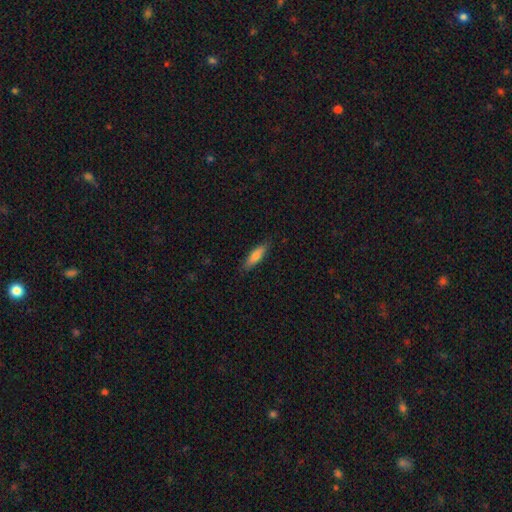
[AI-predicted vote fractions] Smooth or featured?
  - smooth: 76% *
  - featured or disk: 17%
  - star or artifact: 6%
How rounded?
  - cigar-shaped: 54% *
  - in between: 44%
  - round: 2%
Merging?
  - none: 84% *
  - minor disturbance: 13%
  - major disturbance: 2%
  - merger: 1%